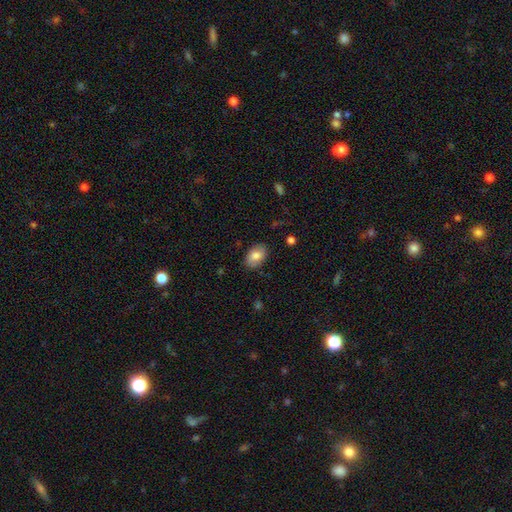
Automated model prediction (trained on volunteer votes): smooth_or_featured: smooth (p=0.79) [alt: featured or disk p=0.14]
how_rounded: in between (p=0.89) [alt: round p=0.10]
merging: none (p=0.84) [alt: minor disturbance p=0.12]